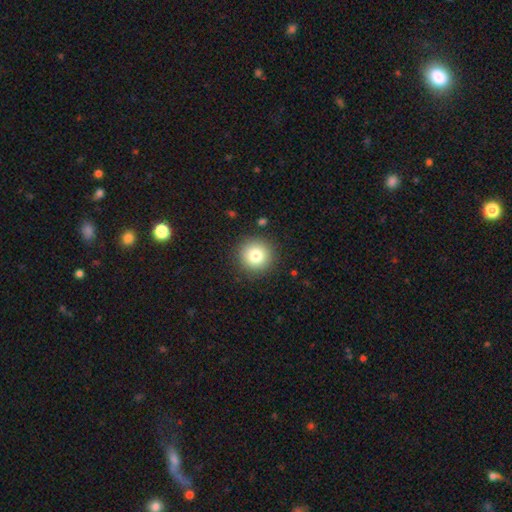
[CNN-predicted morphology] smooth 80%, star or artifact 11%, featured or disk 9%. Down the decision tree: how rounded — round (95%); merging — none (90%).